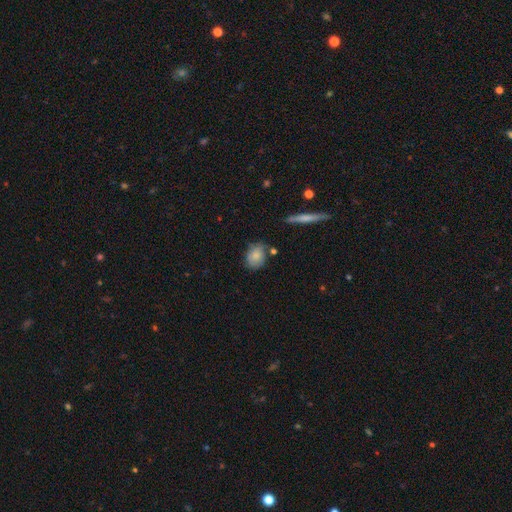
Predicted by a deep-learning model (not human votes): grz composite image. It shows a smooth galaxy with no disk features (81%) that is in between round and cigar-shaped (55%). Merging: none (66%).